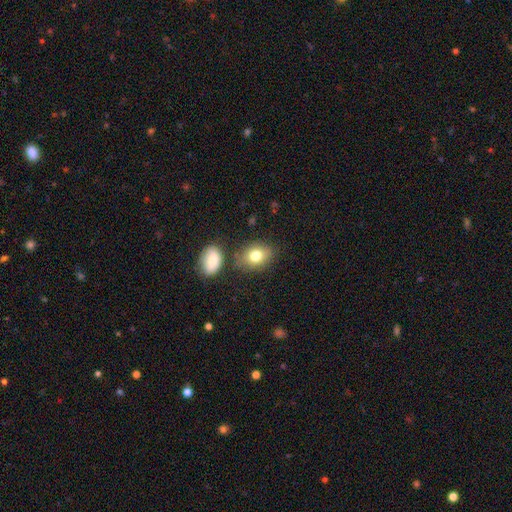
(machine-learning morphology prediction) A smooth galaxy with no disk features (78%) that is in between round and cigar-shaped (67%). Merging: none (73%).